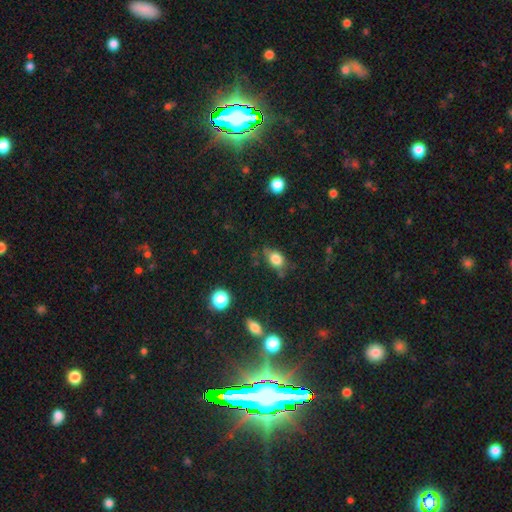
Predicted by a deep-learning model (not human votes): The model was most divided on "smooth or featured": star or artifact: 79%, smooth: 12%, featured or disk: 9%.